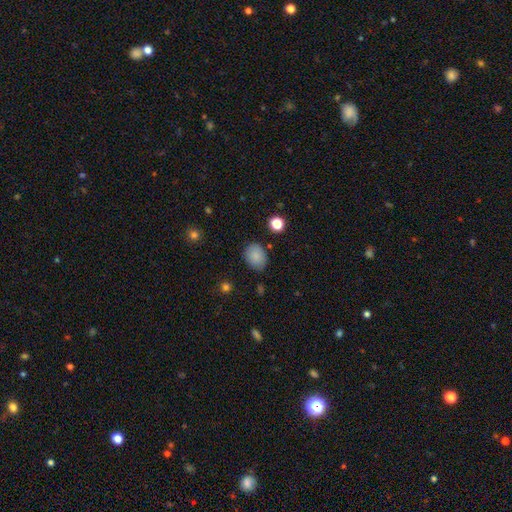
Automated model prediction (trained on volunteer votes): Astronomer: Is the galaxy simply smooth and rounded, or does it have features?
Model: smooth — 85%.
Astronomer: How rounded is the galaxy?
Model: in between — 55% (runner-up: round, 44%).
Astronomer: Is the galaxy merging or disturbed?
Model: none — 82%.